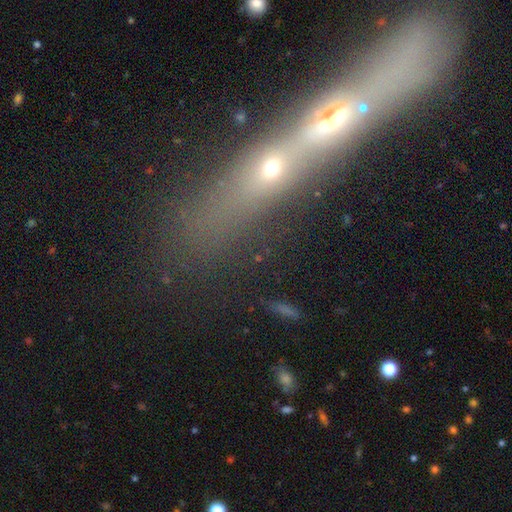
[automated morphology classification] featured or disk 39%, smooth 33%, star or artifact 28%. Down the decision tree: merging — none (43%).